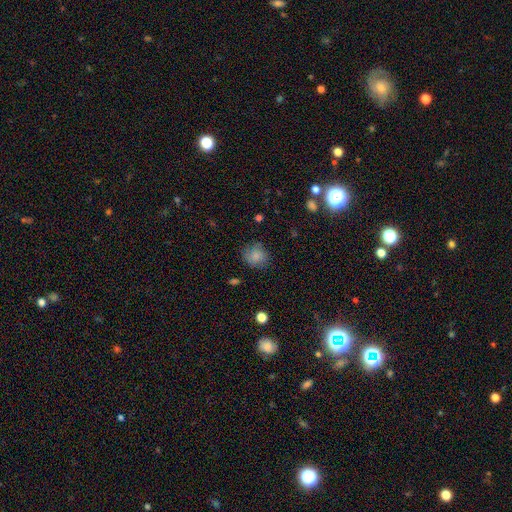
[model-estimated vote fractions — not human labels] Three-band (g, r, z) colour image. It shows a smooth galaxy with no disk features (82%) that is round (80%). Merging: none (74%).